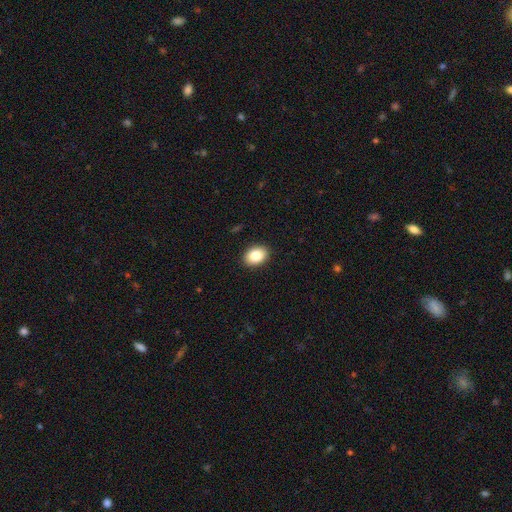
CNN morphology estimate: This appears to be a smooth galaxy with no disk features (85%) that is in between round and cigar-shaped (75%). Merging: none (90%).